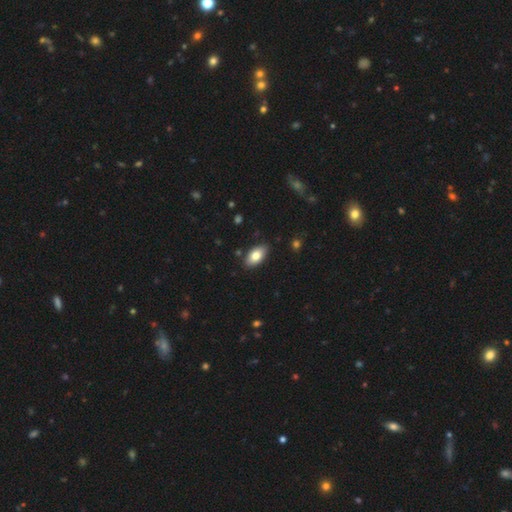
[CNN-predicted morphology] Smooth or featured? Predicted: smooth (p=0.81). How rounded? Predicted: in between (p=0.93). Merging? Predicted: none (p=0.86).